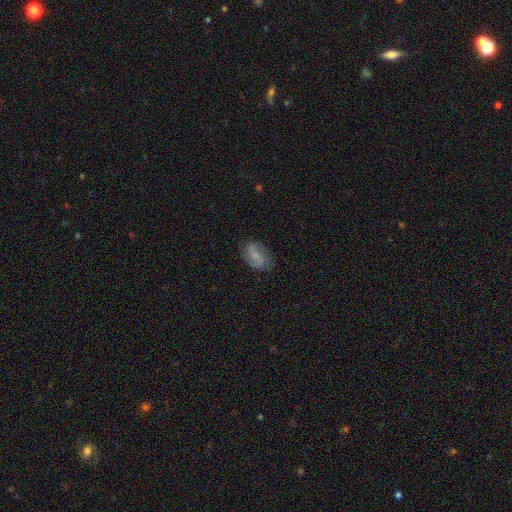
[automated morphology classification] Smooth or featured? Predicted: featured or disk (p=0.63). Edge-on disk? Predicted: no (p=0.97). Bar? Predicted: weak (p=0.46). Spiral arms? Predicted: yes (p=0.92). Spiral winding? Predicted: medium (p=0.43). Spiral arm count? Predicted: 2 (p=0.88). Bulge size? Predicted: small (p=0.47). Merging? Predicted: none (p=0.77).